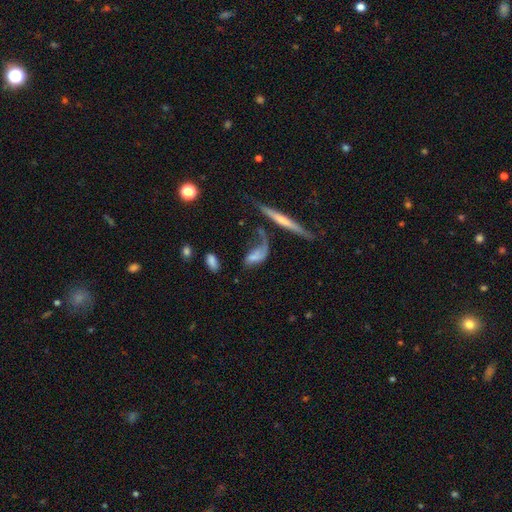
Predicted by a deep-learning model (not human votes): Smooth or featured? Predicted: smooth (p=0.46). Merging? Predicted: major disturbance (p=0.35).